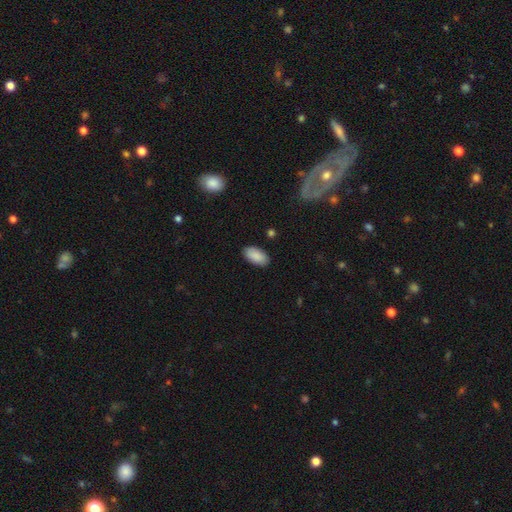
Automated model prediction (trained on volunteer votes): Overall: smooth (90%). How rounded: in between (95%). Merging: none (88%).